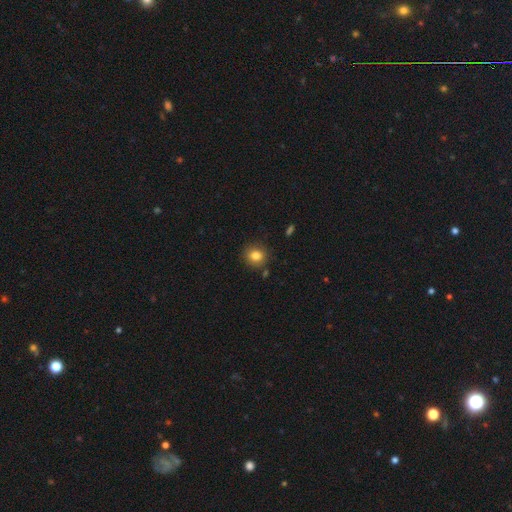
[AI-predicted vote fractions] smooth 82%, star or artifact 11%, featured or disk 7%. Down the decision tree: how rounded — round (83%); merging — none (86%).